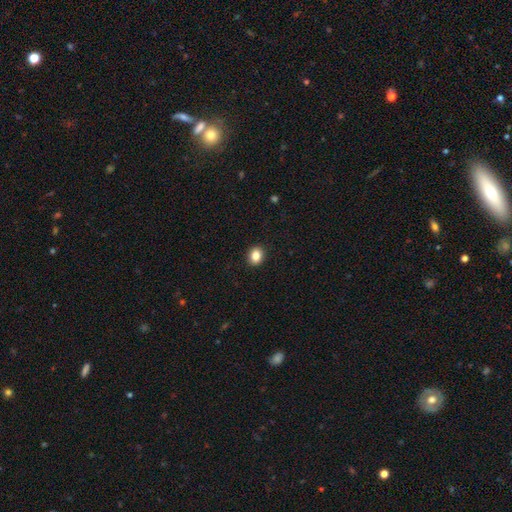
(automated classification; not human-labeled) smooth 85%, star or artifact 10%, featured or disk 5%. Down the decision tree: how rounded — round (55%); merging — none (92%).